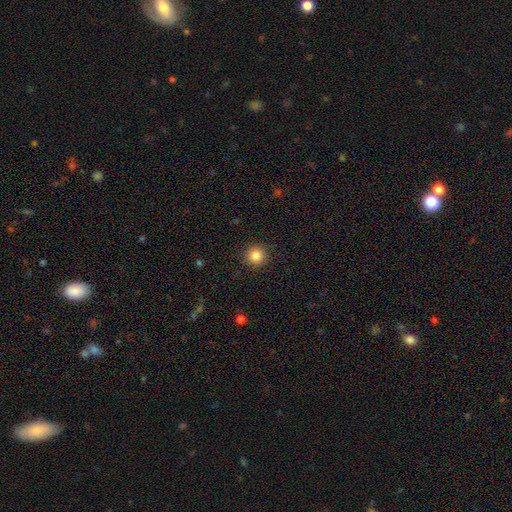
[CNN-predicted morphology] Smooth or featured?
  - smooth: 84% *
  - star or artifact: 11%
  - featured or disk: 5%
How rounded?
  - round: 94% *
  - in between: 5%
  - cigar-shaped: 1%
Merging?
  - none: 91% *
  - minor disturbance: 6%
  - major disturbance: 2%
  - merger: 1%